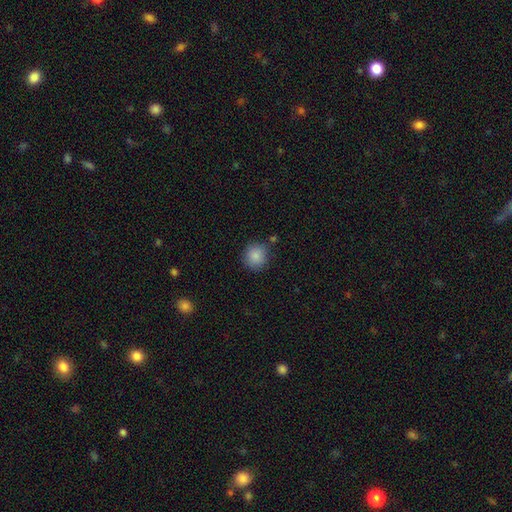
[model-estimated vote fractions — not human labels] Smooth or featured: smooth — 87% (star or artifact — 8%)
How rounded: round — 89% (in between — 10%)
Merging: none — 81% (minor disturbance — 11%)